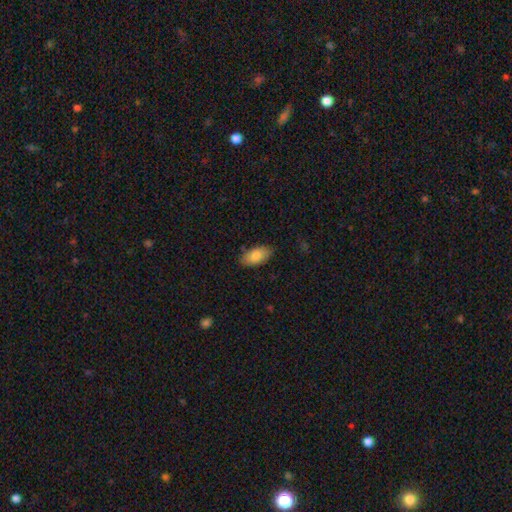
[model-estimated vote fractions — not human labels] smooth_or_featured: smooth (p=0.83) [alt: featured or disk p=0.10]
how_rounded: in between (p=0.93) [alt: cigar-shaped p=0.04]
merging: none (p=0.83) [alt: minor disturbance p=0.13]